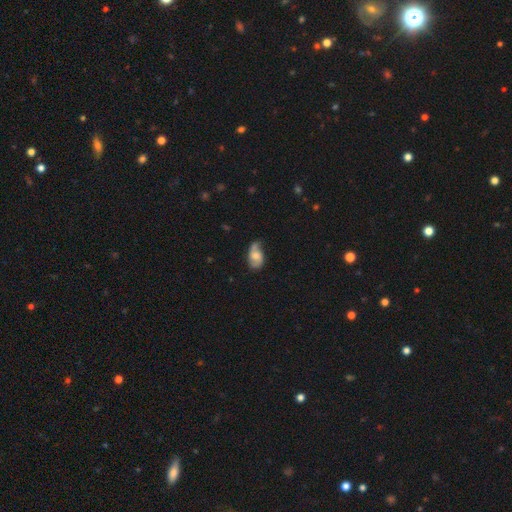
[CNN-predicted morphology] Q: Smooth or featured?
A: featured or disk (50%); runner-up: smooth (42%)
Q: Edge-on disk?
A: no (95%); runner-up: yes (5%)
Q: Merging?
A: none (46%); runner-up: minor disturbance (34%)